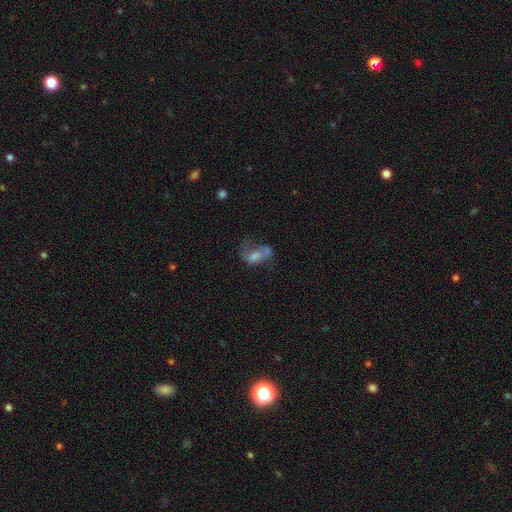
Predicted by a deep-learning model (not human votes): smooth-or-featured: smooth: 49% | featured or disk: 40% | star or artifact: 12%
  merging: major disturbance: 40% | none: 25% | minor disturbance: 20% | merger: 15%